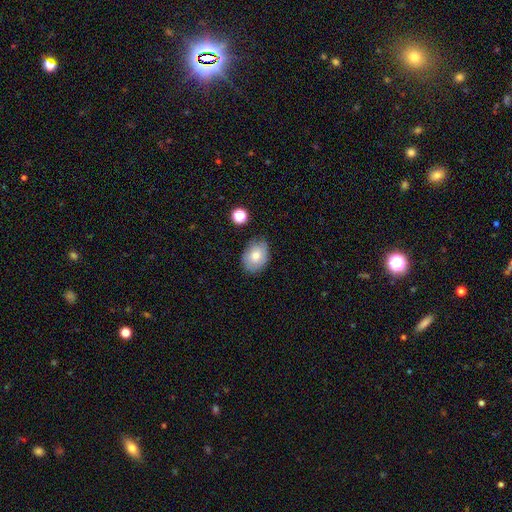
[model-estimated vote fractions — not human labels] A smooth galaxy with no disk features (74%) that is in between round and cigar-shaped (69%). Merging: none (78%).